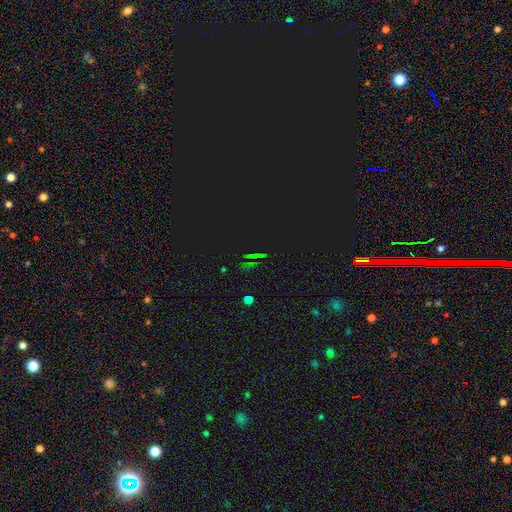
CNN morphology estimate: This appears to be a star or artifact, not a galaxy (78%).